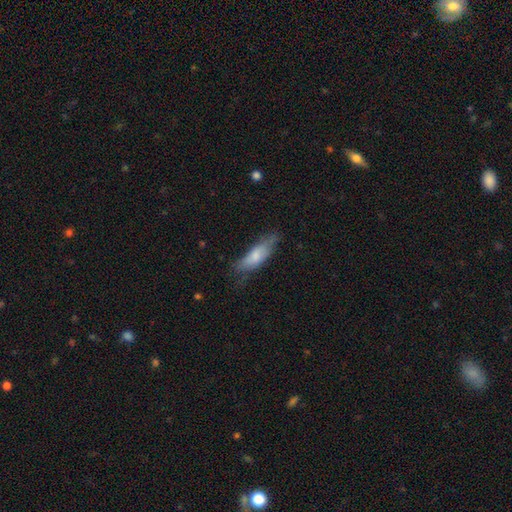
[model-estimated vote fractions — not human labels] smooth 70%, featured or disk 24%, star or artifact 6%. Down the decision tree: how rounded — in between (55%); merging — none (55%).